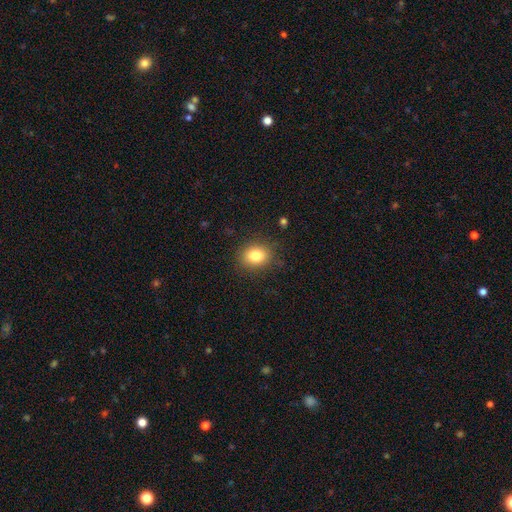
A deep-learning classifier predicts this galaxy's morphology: Smooth or featured: smooth — 82% (star or artifact — 10%)
How rounded: round — 55% (in between — 44%)
Merging: none — 85% (minor disturbance — 11%)